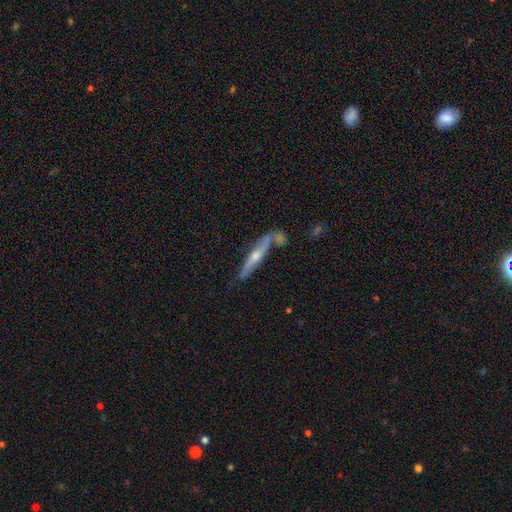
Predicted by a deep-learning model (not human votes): featured or disk 68%, smooth 26%, star or artifact 6%. Down the decision tree: edge-on disk — yes (90%); edge-on bulge — rounded (85%); merging — none (62%).